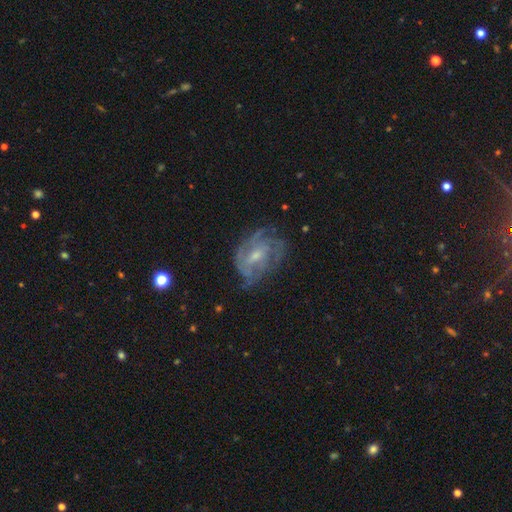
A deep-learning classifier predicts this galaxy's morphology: type=featured or disk (81%); edge-on=no (97%); bar=weak (50%); spiral arms=yes (90%); winding=tight (48%); arm count=can't tell (35%); bulge=small (50%); merging=none (62%).